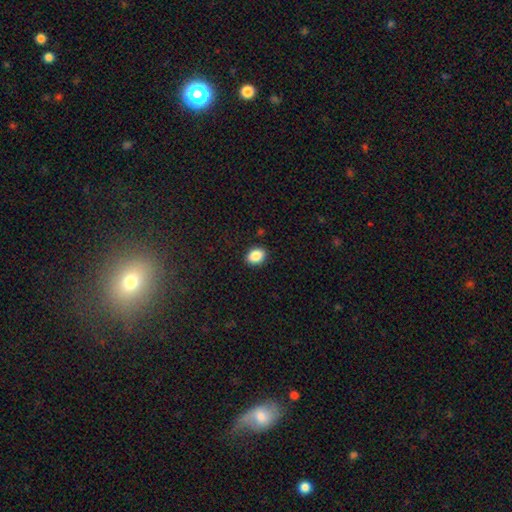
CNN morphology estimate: smooth 88%, star or artifact 8%, featured or disk 4%. Down the decision tree: how rounded — in between (68%); merging — none (90%).